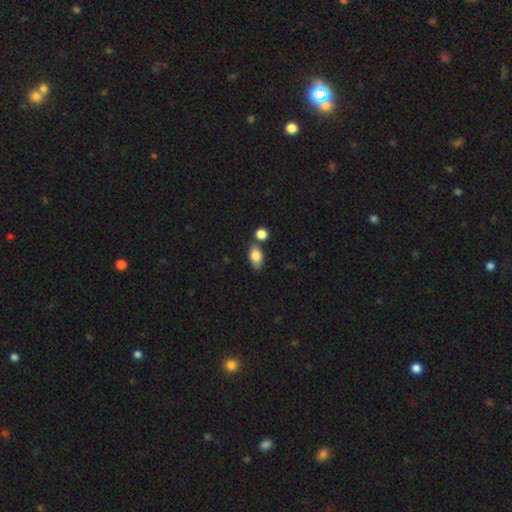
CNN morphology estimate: smooth-or-featured: smooth: 83% | featured or disk: 9% | star or artifact: 8%
  how-rounded: in between: 89% | round: 9% | cigar-shaped: 2%
  merging: none: 61% | merger: 18% | minor disturbance: 17% | major disturbance: 4%